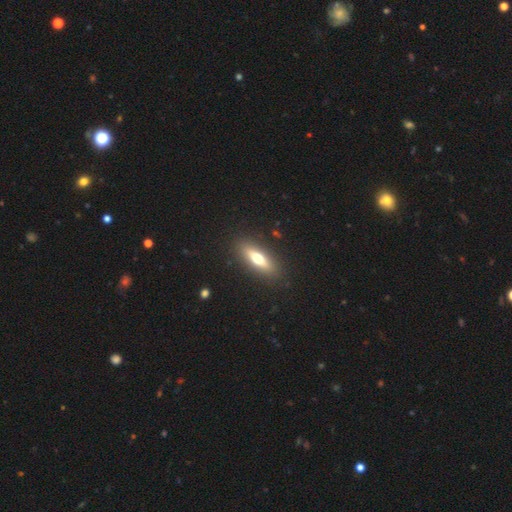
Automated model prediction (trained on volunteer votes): The model was most divided on "how rounded": in between: 57%, cigar-shaped: 39%, round: 4%. More confident: merging — none (88%); smooth or featured — smooth (55%).